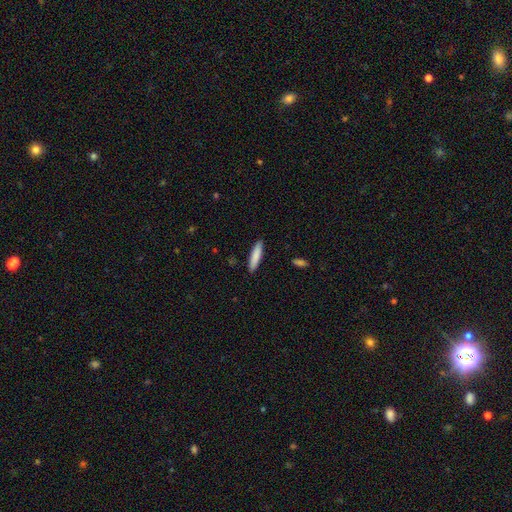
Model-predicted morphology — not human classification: Smooth or featured? Predicted: smooth (p=0.83). How rounded? Predicted: cigar-shaped (p=0.84). Merging? Predicted: none (p=0.90).